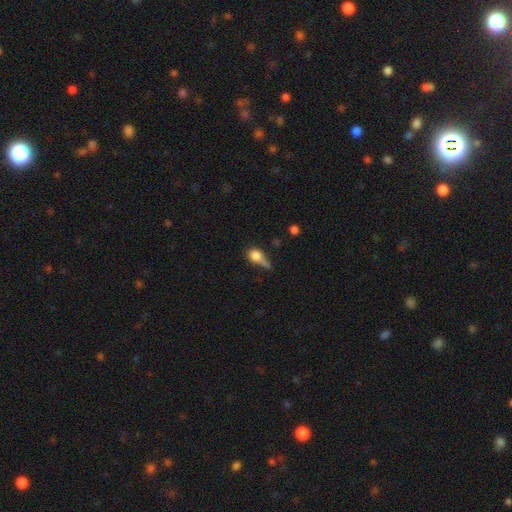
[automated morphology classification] Smooth or featured: smooth — 73% (featured or disk — 17%)
How rounded: in between — 46% (round — 44%)
Merging: major disturbance — 29% (tied with minor disturbance — 29%)